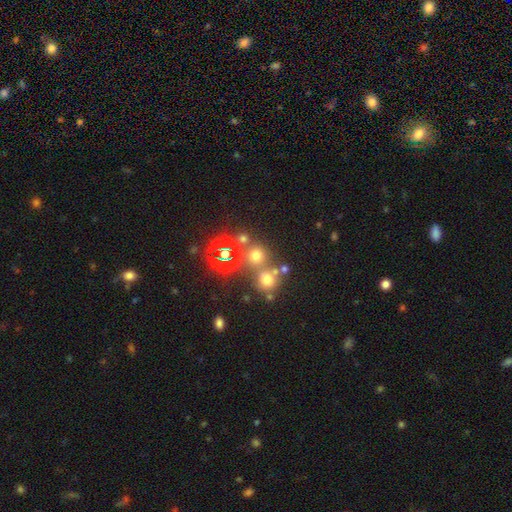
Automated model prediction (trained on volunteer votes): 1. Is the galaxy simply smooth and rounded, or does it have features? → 59% smooth, 32% star or artifact, 9% featured or disk.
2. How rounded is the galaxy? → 88% round, 11% in between, 1% cigar-shaped.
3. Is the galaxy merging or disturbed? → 65% none, 23% merger, 8% minor disturbance, 4% major disturbance.